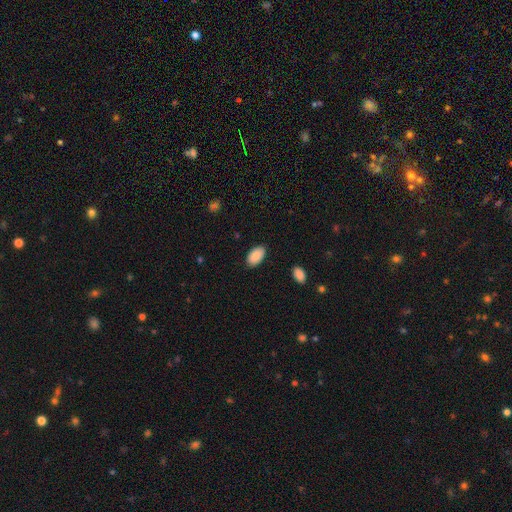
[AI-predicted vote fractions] A smooth galaxy with no disk features (89%) that is in between round and cigar-shaped (95%). Merging: none (87%).